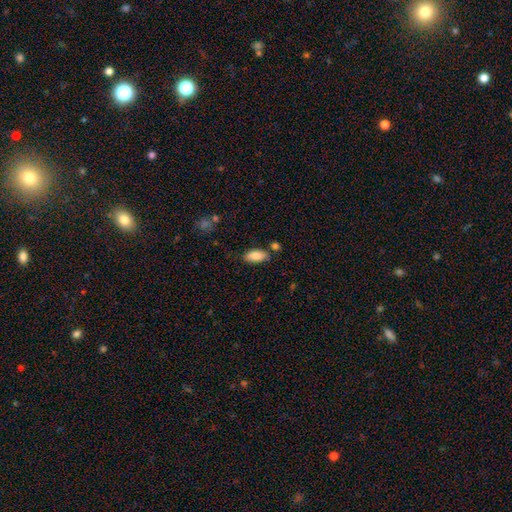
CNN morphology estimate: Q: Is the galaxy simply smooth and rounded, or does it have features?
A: smooth — 86%.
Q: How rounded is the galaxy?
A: in between — 90%.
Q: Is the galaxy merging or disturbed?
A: none — 77%.